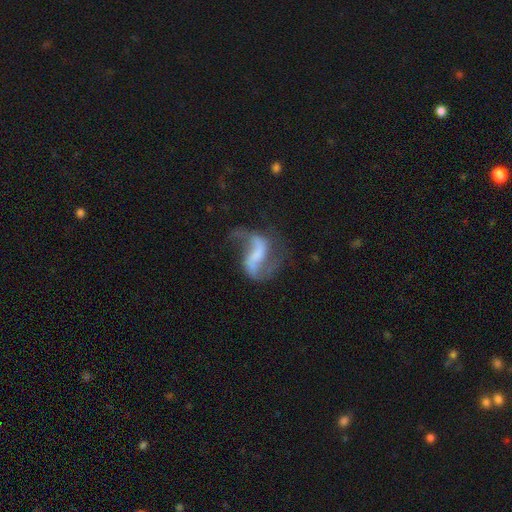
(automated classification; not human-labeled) This is clearly a featured or disk galaxy (83%). It is clearly not viewed edge-on (98%). Bar: marginally weak (42%). Spiral arm pattern: clearly yes (93%). Spiral arm count: clearly 2 (87%). Spiral winding: likely loose (78%). Central bulge: possibly none (50%). Merging: possibly none (50%).